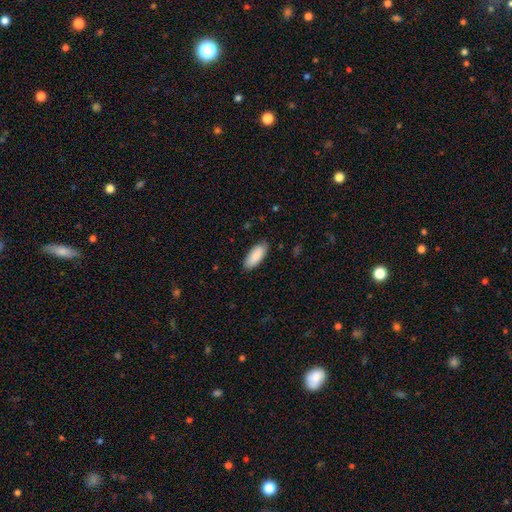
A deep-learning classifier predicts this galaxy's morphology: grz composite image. It shows a smooth galaxy with no disk features (89%) that is in between round and cigar-shaped (84%). Merging: none (86%).